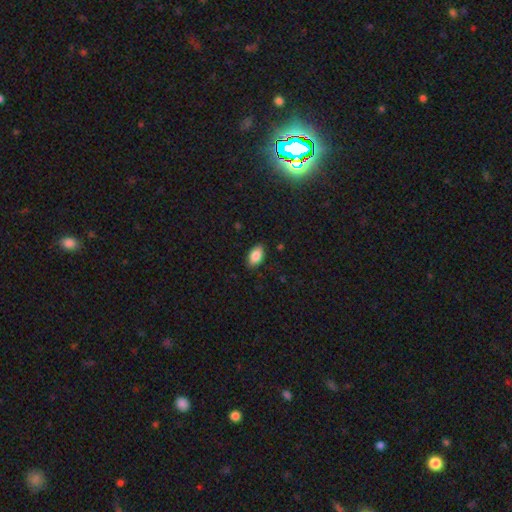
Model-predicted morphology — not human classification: smooth-or-featured: smooth: 85% | star or artifact: 7% | featured or disk: 7%
  how-rounded: in between: 92% | round: 5% | cigar-shaped: 3%
  merging: none: 86% | minor disturbance: 11% | major disturbance: 2% | merger: 1%